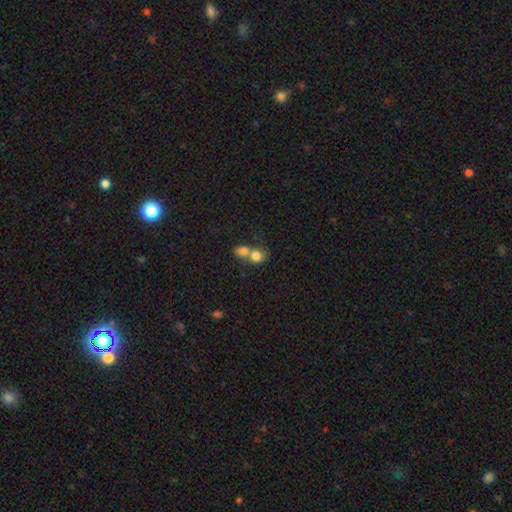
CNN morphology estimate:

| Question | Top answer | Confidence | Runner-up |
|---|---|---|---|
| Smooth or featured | smooth | 79% | featured or disk (12%) |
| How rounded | round | 67% | in between (32%) |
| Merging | merger | 68% | none (24%) |